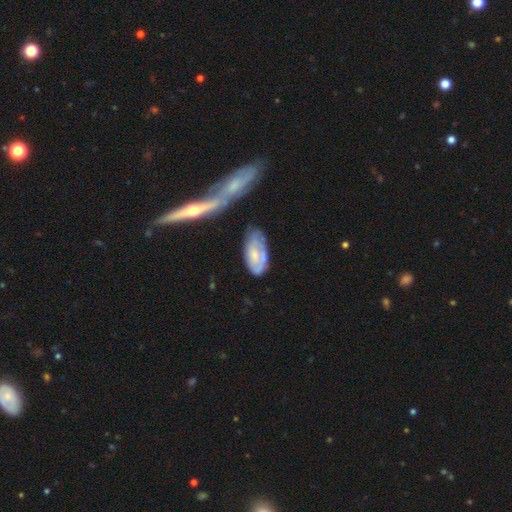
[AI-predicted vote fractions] This is possibly a smooth galaxy (48%). Merging: possibly none (53%).